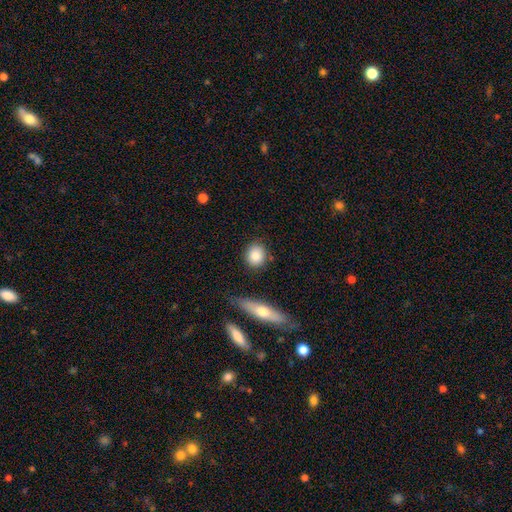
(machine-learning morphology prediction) smooth 84%, featured or disk 9%, star or artifact 7%. Down the decision tree: how rounded — round (69%); merging — none (82%).